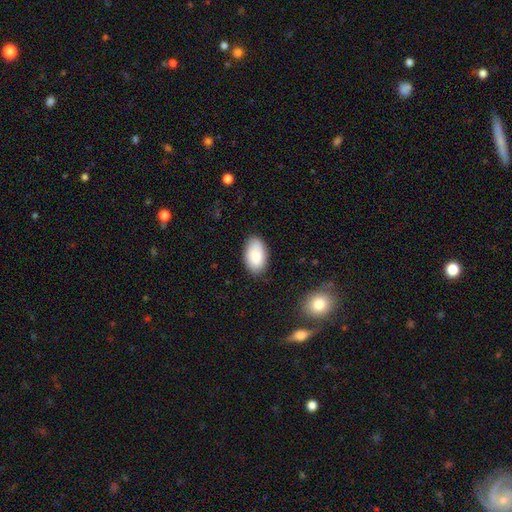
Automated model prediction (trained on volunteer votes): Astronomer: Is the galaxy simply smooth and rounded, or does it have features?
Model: smooth — 86%.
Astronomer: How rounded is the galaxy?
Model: in between — 95%.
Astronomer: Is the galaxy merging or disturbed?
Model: none — 84%.